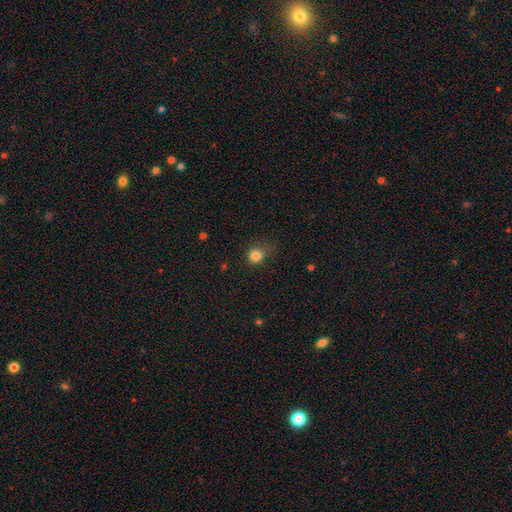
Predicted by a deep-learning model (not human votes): This is clearly a smooth galaxy (82%). How rounded: clearly round (84%). Merging: likely none (66%).